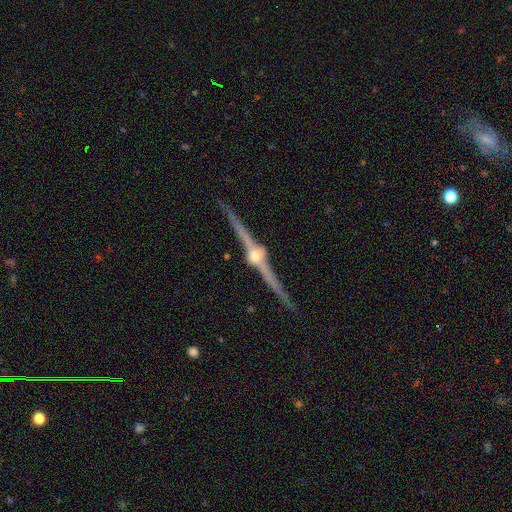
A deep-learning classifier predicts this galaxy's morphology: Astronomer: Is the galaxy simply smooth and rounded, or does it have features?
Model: featured or disk — 90%.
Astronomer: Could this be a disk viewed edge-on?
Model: yes — 98%.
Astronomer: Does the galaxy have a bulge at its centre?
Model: rounded — 96%.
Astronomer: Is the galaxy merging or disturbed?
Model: none — 87%.